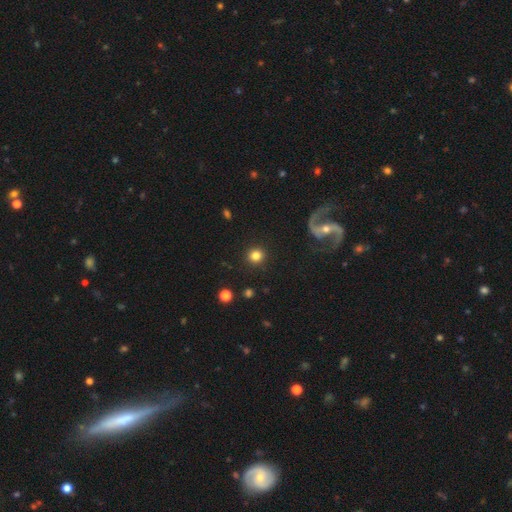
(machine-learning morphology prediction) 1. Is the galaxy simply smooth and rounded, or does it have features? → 80% smooth, 11% star or artifact, 9% featured or disk.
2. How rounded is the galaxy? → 93% round, 6% in between, 1% cigar-shaped.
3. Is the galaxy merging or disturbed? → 91% none, 5% minor disturbance, 3% major disturbance, 1% merger.